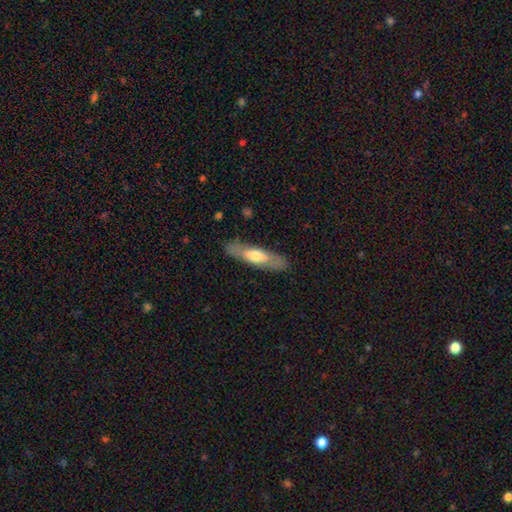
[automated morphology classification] The model was most divided on "smooth or featured": smooth: 51%, featured or disk: 43%, star or artifact: 5%. More confident: merging — none (84%); how rounded — cigar-shaped (64%).